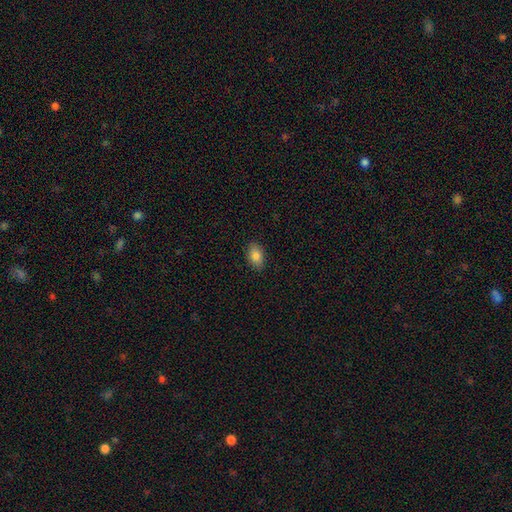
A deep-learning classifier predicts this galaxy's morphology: This appears to be a smooth galaxy with no disk features (85%) that is in between round and cigar-shaped (89%). Merging: none (88%).